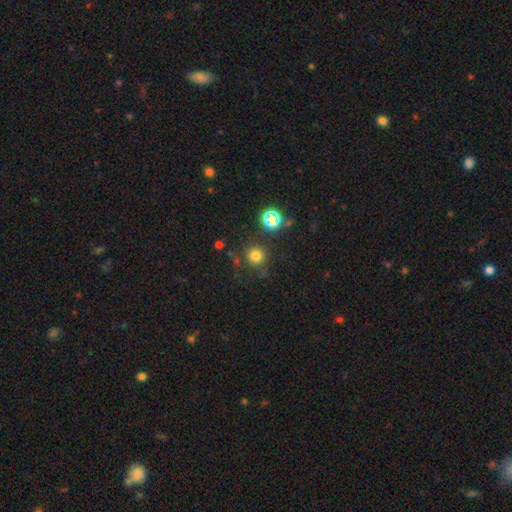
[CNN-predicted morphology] Overall: smooth (72%). How rounded: round (94%). Merging: none (80%).